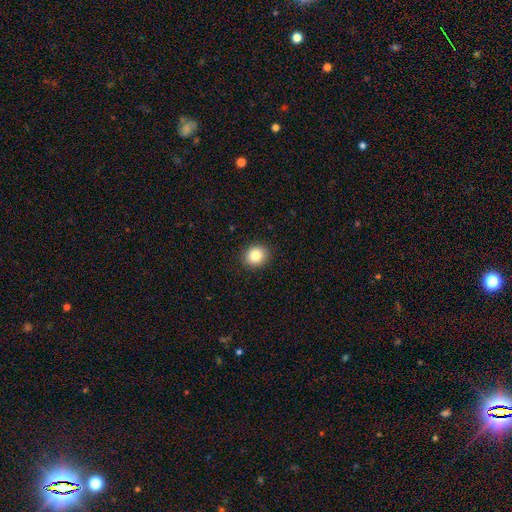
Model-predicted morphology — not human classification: type=smooth (84%); roundness=round (75%); merging=none (91%).